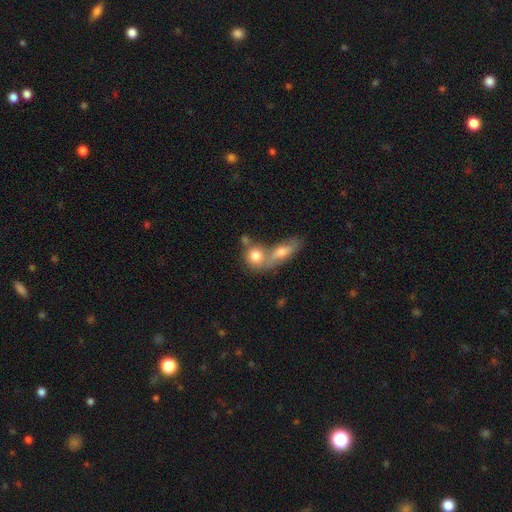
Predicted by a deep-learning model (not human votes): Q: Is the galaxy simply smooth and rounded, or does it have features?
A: smooth — 76%.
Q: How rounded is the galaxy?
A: round — 65%.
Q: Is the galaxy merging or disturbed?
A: merger — 52%.